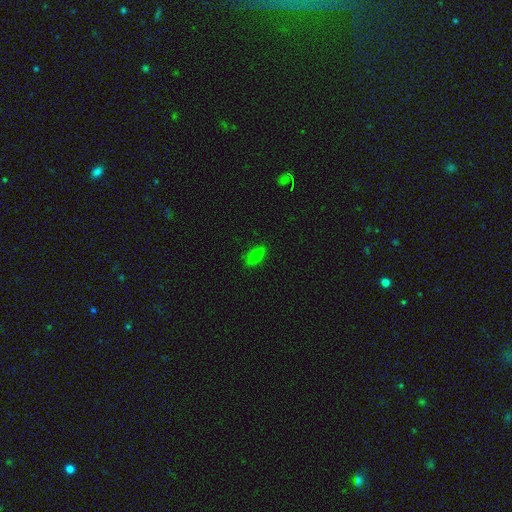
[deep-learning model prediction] Smooth or featured? smooth (65%)
How rounded? in between (60%)
Merging? none (87%)